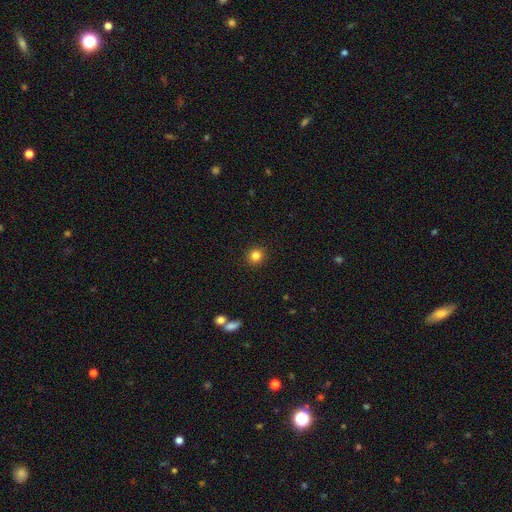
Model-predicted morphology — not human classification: A smooth galaxy with no disk features (84%) that is round (93%). Merging: none (92%).